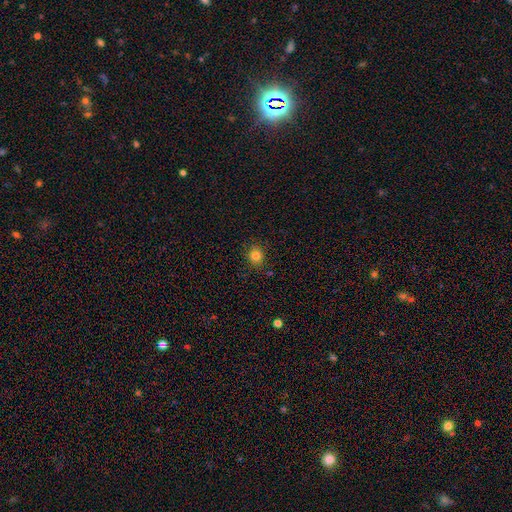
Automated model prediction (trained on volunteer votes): The model was most divided on "how rounded": round: 80%, in between: 19%, cigar-shaped: 1%. More confident: merging — none (87%); smooth or featured — smooth (83%).